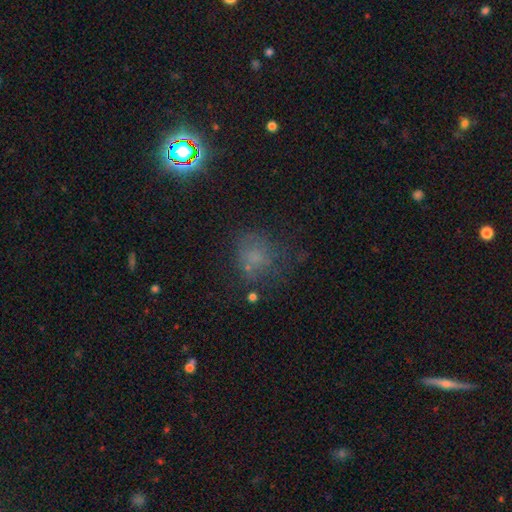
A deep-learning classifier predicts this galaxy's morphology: Smooth or featured: smooth — 52% (star or artifact — 29%)
How rounded: round — 70% (in between — 28%)
Merging: none — 56% (minor disturbance — 21%)